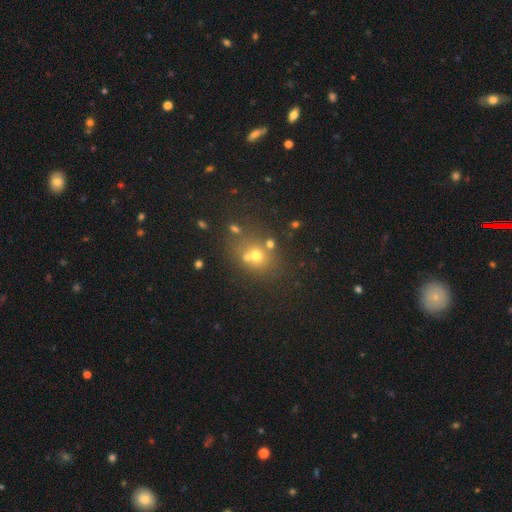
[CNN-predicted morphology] type=smooth (58%); roundness=round (72%); merging=none (55%).